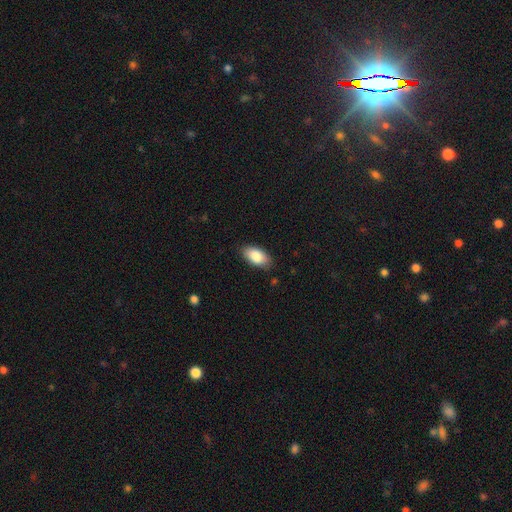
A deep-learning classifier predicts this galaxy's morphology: The model was most divided on "merging": none: 82%, minor disturbance: 14%, major disturbance: 3%, merger: 1%. More confident: how rounded — in between (93%); smooth or featured — smooth (86%).